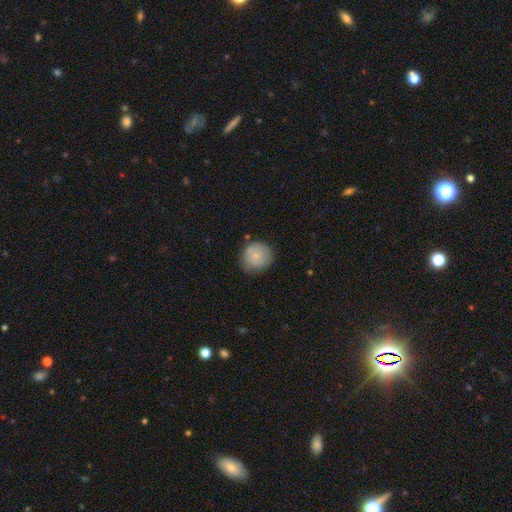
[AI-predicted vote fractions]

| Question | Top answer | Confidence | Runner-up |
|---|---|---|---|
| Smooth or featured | smooth | 72% | featured or disk (21%) |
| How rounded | round | 90% | in between (9%) |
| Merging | none | 71% | minor disturbance (22%) |